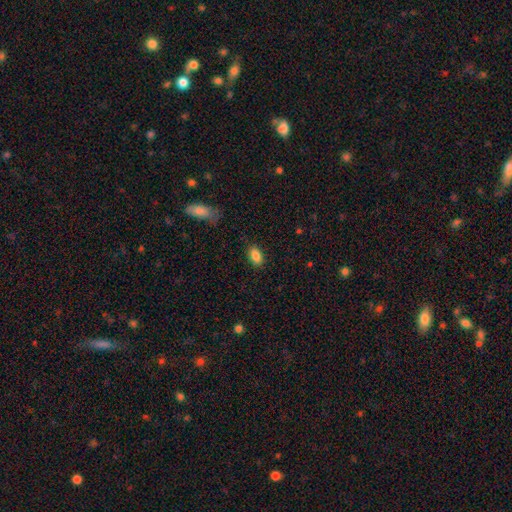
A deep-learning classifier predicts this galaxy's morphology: smooth-or-featured: smooth: 87% | star or artifact: 8% | featured or disk: 5%
  how-rounded: in between: 90% | round: 7% | cigar-shaped: 3%
  merging: none: 86% | minor disturbance: 10% | major disturbance: 3% | merger: 1%